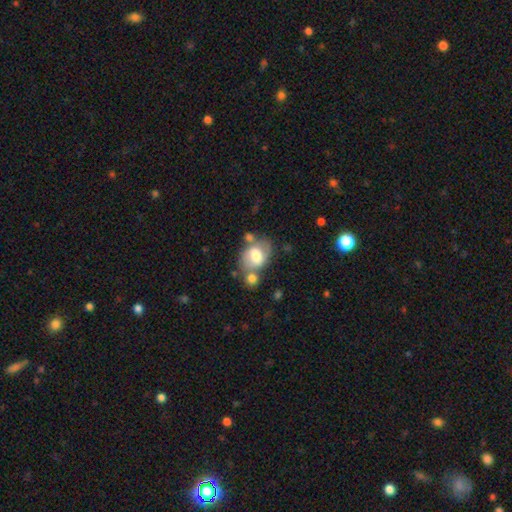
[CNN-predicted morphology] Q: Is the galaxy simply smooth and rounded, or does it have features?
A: smooth — 58%.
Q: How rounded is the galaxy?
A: in between — 67%.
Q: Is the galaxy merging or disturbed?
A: none — 49%.